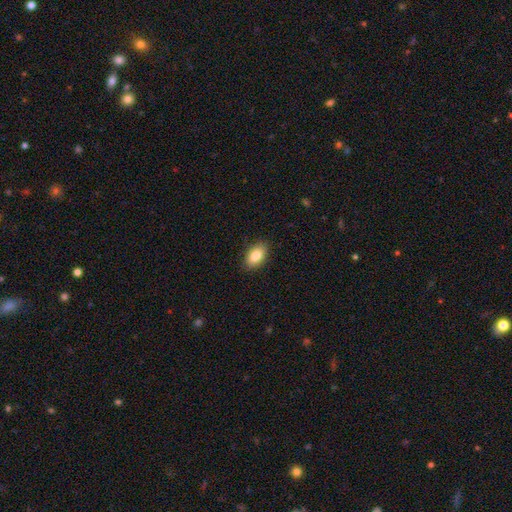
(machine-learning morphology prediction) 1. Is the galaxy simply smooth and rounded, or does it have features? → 86% smooth, 7% star or artifact, 7% featured or disk.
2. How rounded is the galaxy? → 92% in between, 6% round, 2% cigar-shaped.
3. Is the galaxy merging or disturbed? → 87% none, 10% minor disturbance, 2% major disturbance, 1% merger.